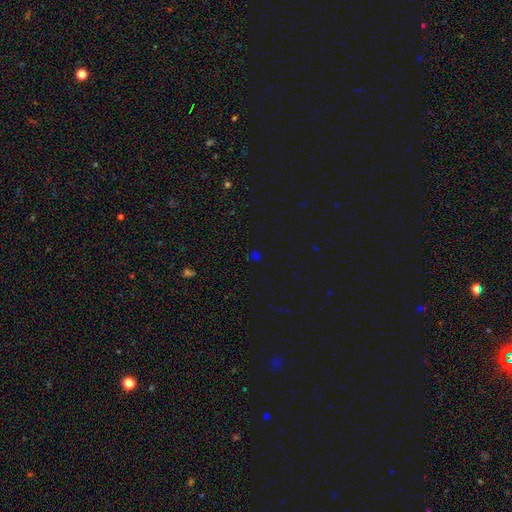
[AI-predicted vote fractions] smooth_or_featured: star or artifact (p=0.59) [alt: smooth p=0.35]